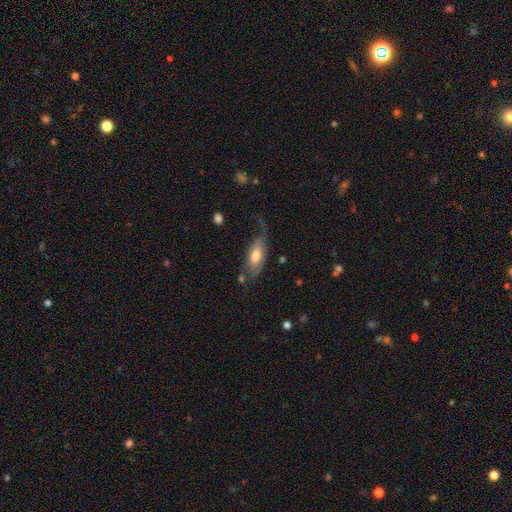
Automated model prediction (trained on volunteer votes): Smooth or featured: smooth — 58% (featured or disk — 36%)
How rounded: in between — 82% (cigar-shaped — 15%)
Merging: none — 44% (minor disturbance — 28%)